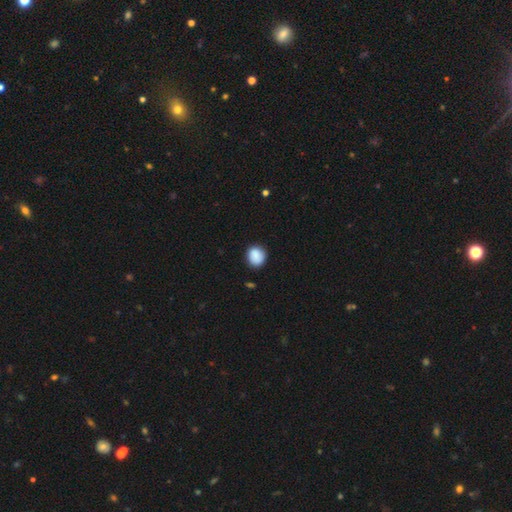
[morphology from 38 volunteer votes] Smooth or featured: smooth — 84% (featured or disk — 8%)
How rounded: round — 78% (in between — 22%)
Merging: none — 77% (minor disturbance — 23%)